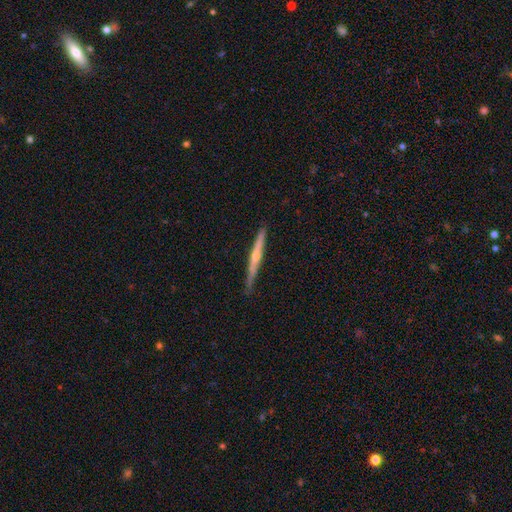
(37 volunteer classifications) Smooth or featured?
  - featured or disk: 76% *
  - smooth: 22%
  - star or artifact: 3%
Edge-on disk?
  - yes: 96% *
  - no: 4%
Edge-on bulge?
  - rounded: 74% *
  - none: 26%
  - boxy: 0%
Merging?
  - none: 89% *
  - minor disturbance: 6%
  - major disturbance: 3%
  - merger: 3%